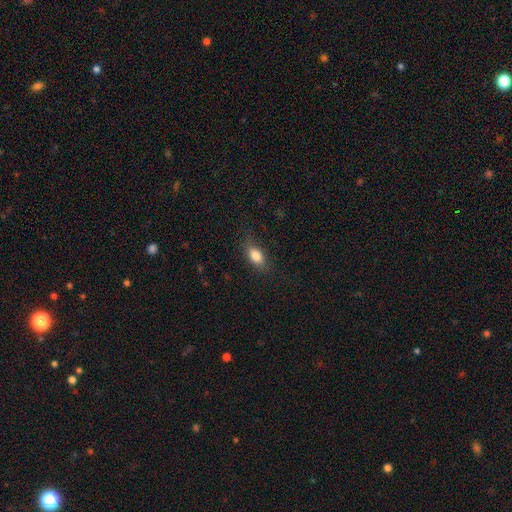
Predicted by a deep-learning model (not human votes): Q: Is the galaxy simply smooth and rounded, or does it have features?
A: smooth — 83%.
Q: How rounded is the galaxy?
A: in between — 86%.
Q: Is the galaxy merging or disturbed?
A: none — 82%.